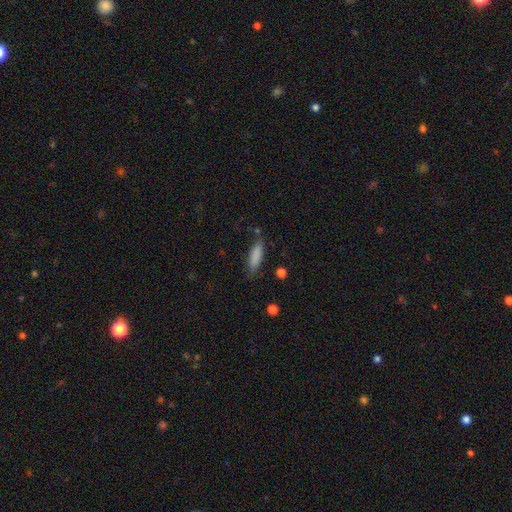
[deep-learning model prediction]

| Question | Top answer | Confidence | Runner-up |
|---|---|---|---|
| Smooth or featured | smooth | 85% | featured or disk (8%) |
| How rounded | cigar-shaped | 58% | in between (41%) |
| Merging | none | 78% | minor disturbance (15%) |